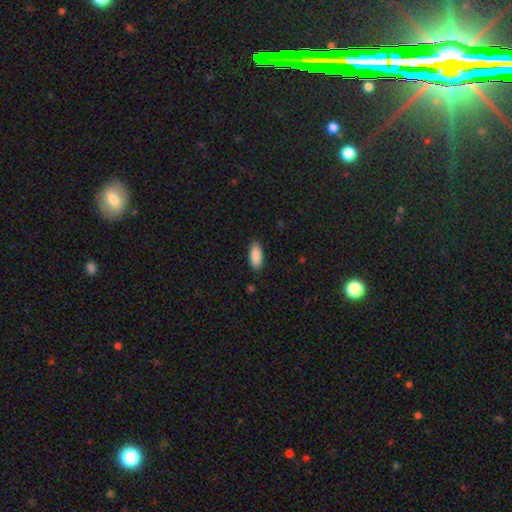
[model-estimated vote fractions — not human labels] Smooth or featured?
  - smooth: 90% *
  - star or artifact: 6%
  - featured or disk: 4%
How rounded?
  - in between: 87% *
  - cigar-shaped: 12%
  - round: 2%
Merging?
  - none: 87% *
  - minor disturbance: 10%
  - major disturbance: 2%
  - merger: 1%